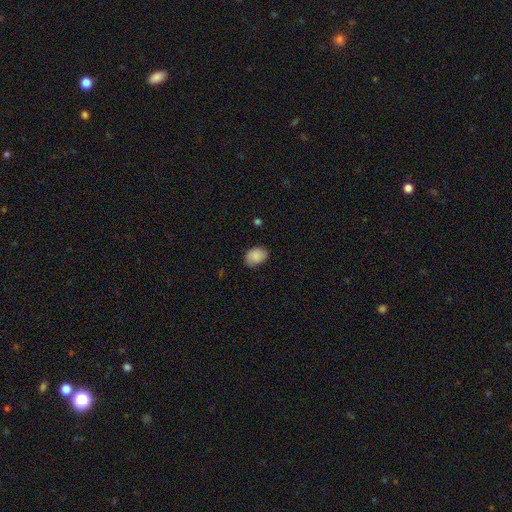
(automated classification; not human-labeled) smooth 88%, star or artifact 7%, featured or disk 5%. Down the decision tree: how rounded — in between (73%); merging — none (76%).